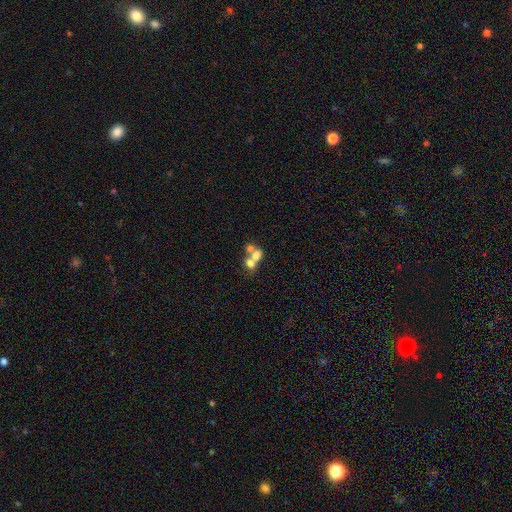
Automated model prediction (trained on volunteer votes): smooth_or_featured: smooth (p=0.63) [alt: featured or disk p=0.25]
how_rounded: round (p=0.51) [alt: in between p=0.48]
merging: merger (p=0.66) [alt: none p=0.23]